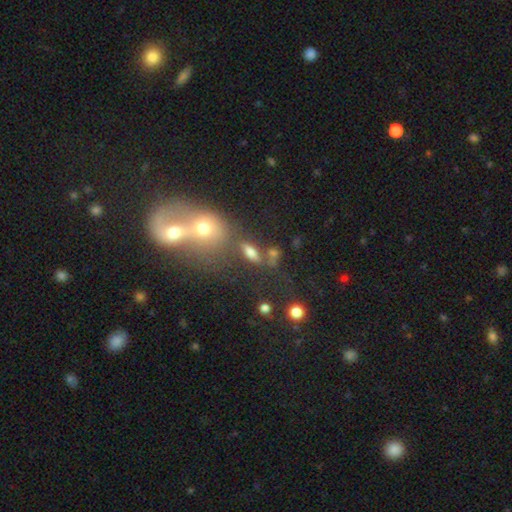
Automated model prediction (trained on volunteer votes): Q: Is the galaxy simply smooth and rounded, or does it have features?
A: smooth — 50%.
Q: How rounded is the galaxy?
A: in between — 51%.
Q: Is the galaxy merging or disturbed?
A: merger — 75%.